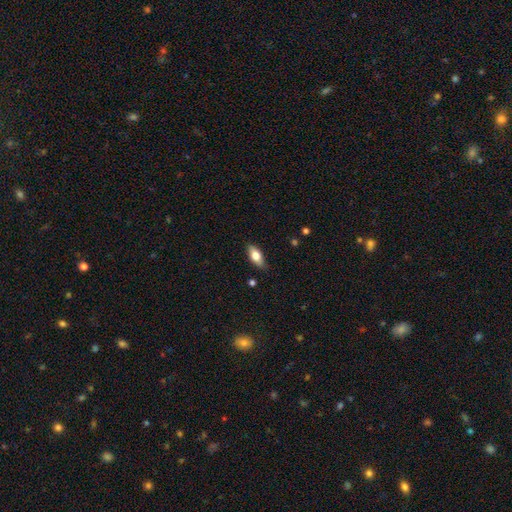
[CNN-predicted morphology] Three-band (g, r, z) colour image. It shows a smooth galaxy with no disk features (68%) that is in between round and cigar-shaped (81%). Merging: none (84%).